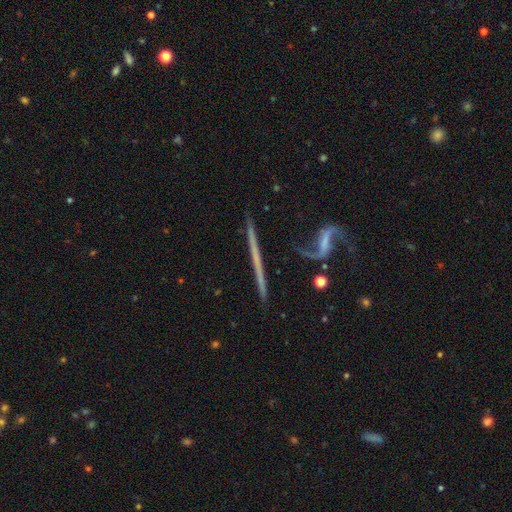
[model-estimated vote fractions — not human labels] Smooth or featured?
  - featured or disk: 76% *
  - smooth: 15%
  - star or artifact: 8%
Edge-on disk?
  - yes: 77% *
  - no: 23%
Edge-on bulge?
  - none: 85% *
  - rounded: 11%
  - boxy: 5%
Merging?
  - none: 72% *
  - minor disturbance: 14%
  - major disturbance: 7%
  - merger: 7%